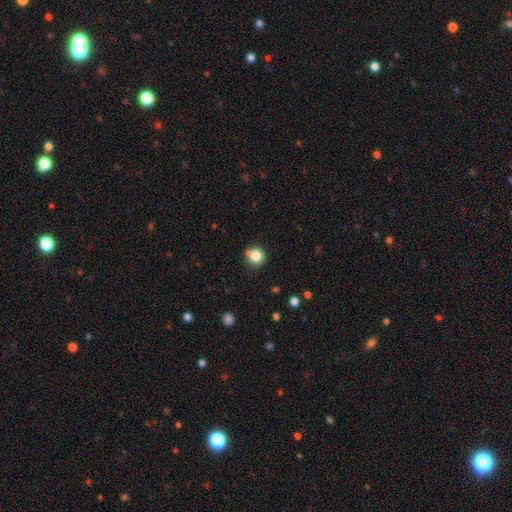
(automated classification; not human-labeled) Smooth or featured? smooth (81%)
How rounded? round (90%)
Merging? none (75%)